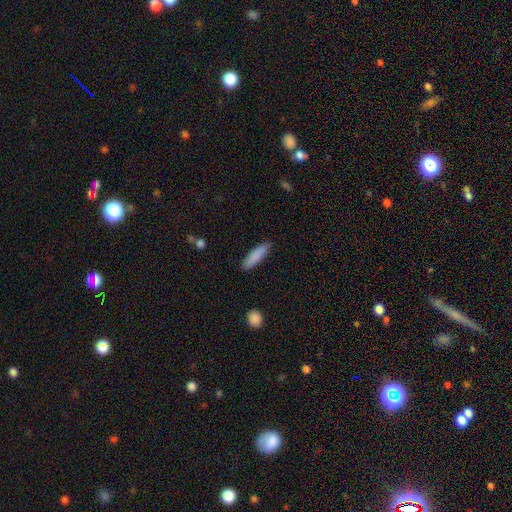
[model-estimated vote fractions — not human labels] smooth_or_featured: smooth (p=0.86) [alt: featured or disk p=0.08]
how_rounded: cigar-shaped (p=0.74) [alt: in between p=0.25]
merging: none (p=0.86) [alt: minor disturbance p=0.10]